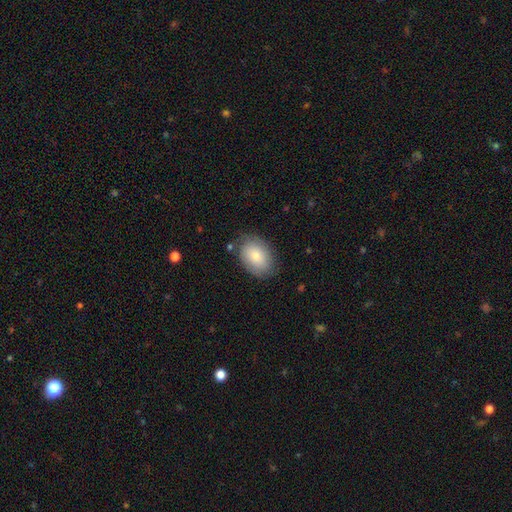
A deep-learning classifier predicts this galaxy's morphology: Smooth or featured?
  - smooth: 74% *
  - featured or disk: 19%
  - star or artifact: 7%
How rounded?
  - in between: 81% *
  - round: 18%
  - cigar-shaped: 1%
Merging?
  - none: 75% *
  - minor disturbance: 18%
  - major disturbance: 5%
  - merger: 2%